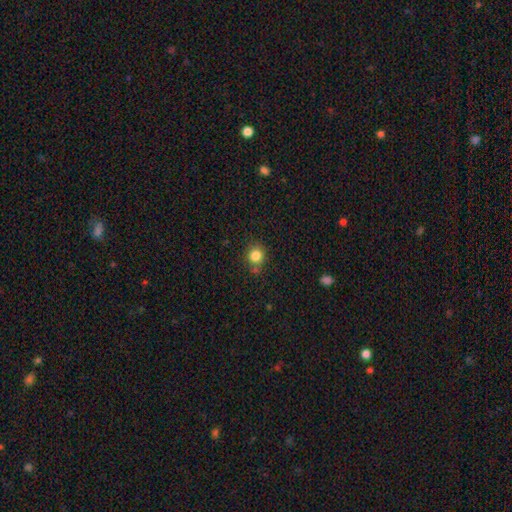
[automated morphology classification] Q: Smooth or featured?
A: smooth (83%); runner-up: star or artifact (12%)
Q: How rounded?
A: round (86%); runner-up: in between (13%)
Q: Merging?
A: none (76%); runner-up: minor disturbance (13%)